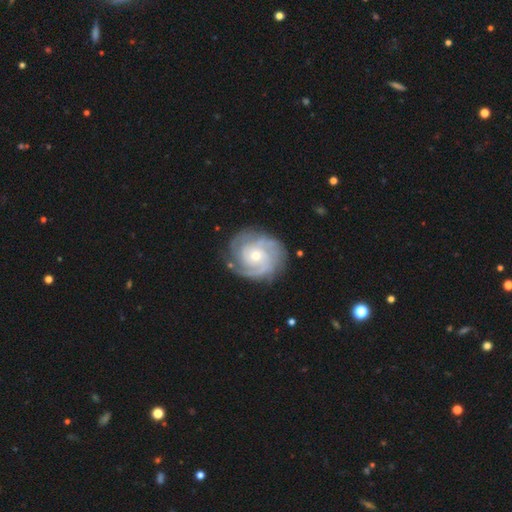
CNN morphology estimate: Smooth or featured: featured or disk — 89% (smooth — 7%)
Edge-on disk: no — 98% (yes — 2%)
Bar: no — 73% (weak — 22%)
Spiral arms: yes — 97% (no — 3%)
Spiral winding: tight — 67% (medium — 28%)
Spiral arm count: 3 — 33% (2 — 27%)
Bulge size: small — 57% (moderate — 39%)
Merging: none — 78% (minor disturbance — 15%)